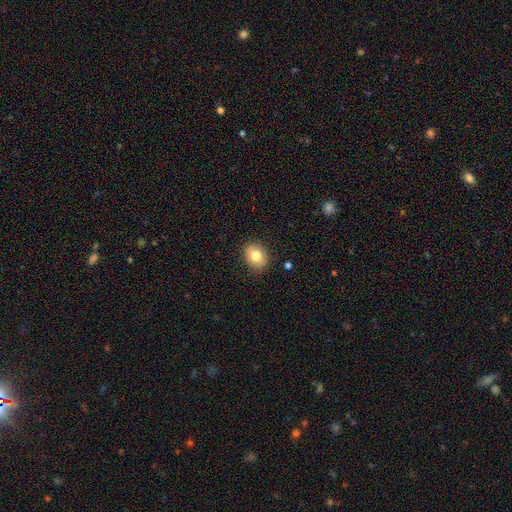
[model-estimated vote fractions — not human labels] A smooth galaxy with no disk features (80%) that is round (51%). Merging: none (83%).